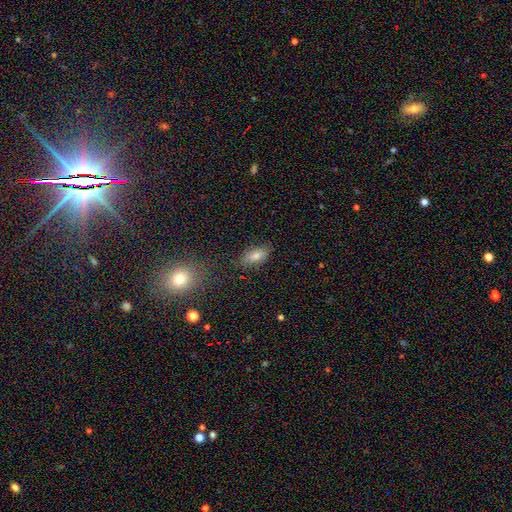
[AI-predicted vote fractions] Smooth or featured: smooth — 74% (star or artifact — 13%)
How rounded: in between — 82% (cigar-shaped — 12%)
Merging: none — 79% (minor disturbance — 14%)